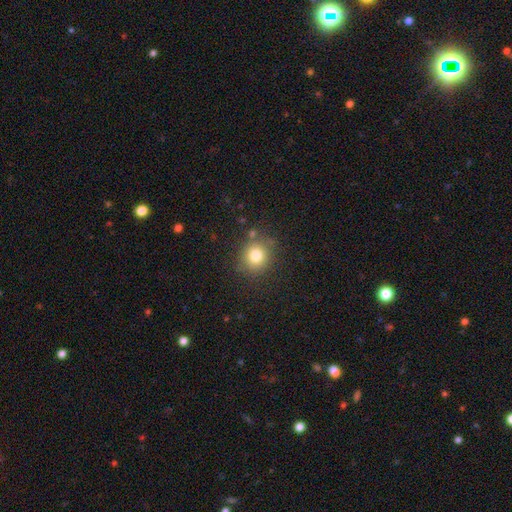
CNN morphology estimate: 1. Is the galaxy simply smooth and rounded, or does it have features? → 79% smooth, 13% star or artifact, 8% featured or disk.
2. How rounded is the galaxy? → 84% round, 15% in between, 1% cigar-shaped.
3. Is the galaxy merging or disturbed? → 81% none, 11% minor disturbance, 4% merger, 4% major disturbance.